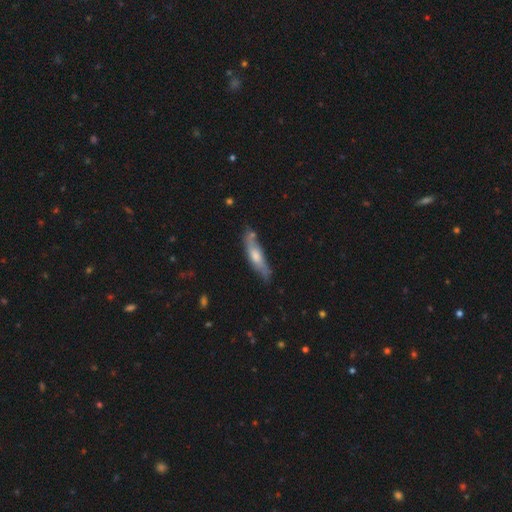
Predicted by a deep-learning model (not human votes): Q: Smooth or featured?
A: featured or disk (47%); tied with: smooth (47%)
Q: Merging?
A: none (65%); runner-up: minor disturbance (24%)